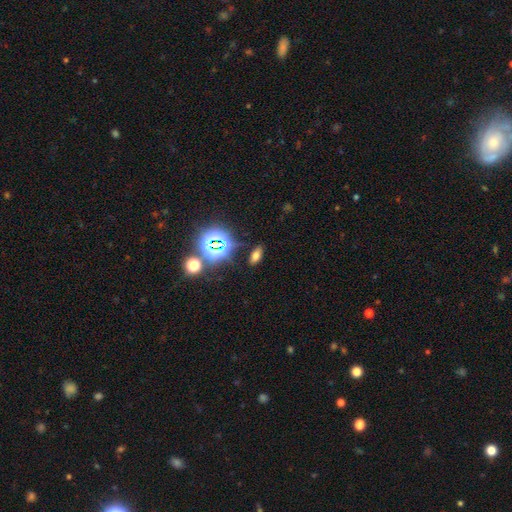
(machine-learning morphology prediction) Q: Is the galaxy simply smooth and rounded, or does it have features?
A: smooth — 60%.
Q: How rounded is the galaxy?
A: in between — 80%.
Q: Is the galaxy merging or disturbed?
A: none — 84%.